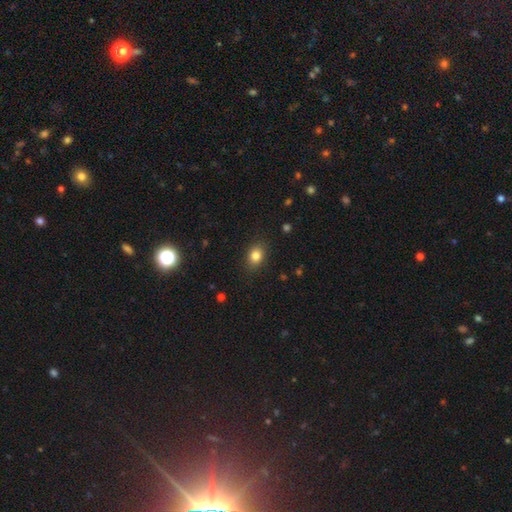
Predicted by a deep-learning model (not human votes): Smooth or featured?
  - smooth: 83% *
  - star or artifact: 11%
  - featured or disk: 7%
How rounded?
  - in between: 64% *
  - round: 35%
  - cigar-shaped: 1%
Merging?
  - none: 86% *
  - minor disturbance: 10%
  - major disturbance: 3%
  - merger: 1%